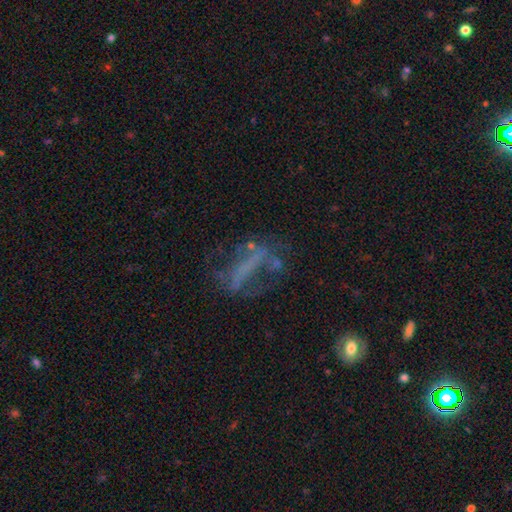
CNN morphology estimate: This is possibly a featured or disk galaxy (53%). It is clearly not viewed edge-on (82%). Merging: marginally none (40%).